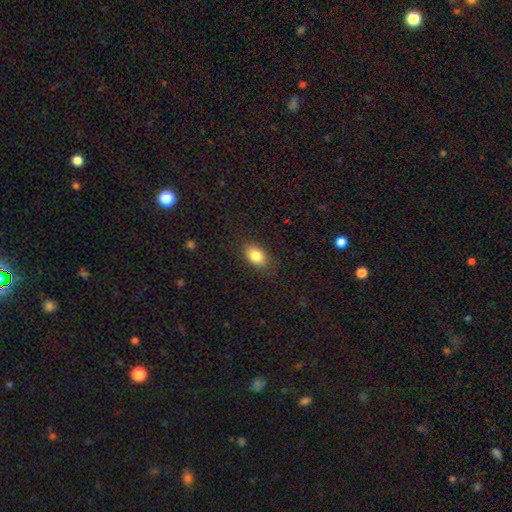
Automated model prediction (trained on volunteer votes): Smooth or featured: smooth — 83% (star or artifact — 8%)
How rounded: in between — 84% (round — 14%)
Merging: none — 84% (minor disturbance — 12%)